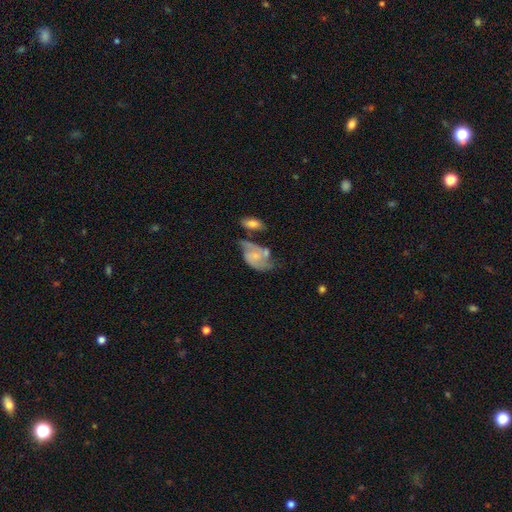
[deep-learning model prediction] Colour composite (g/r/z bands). It shows a featured or disk galaxy (62%) with no bar (65%), spiral arms (82%) and a small central bulge (56%). Merging: none (31%).